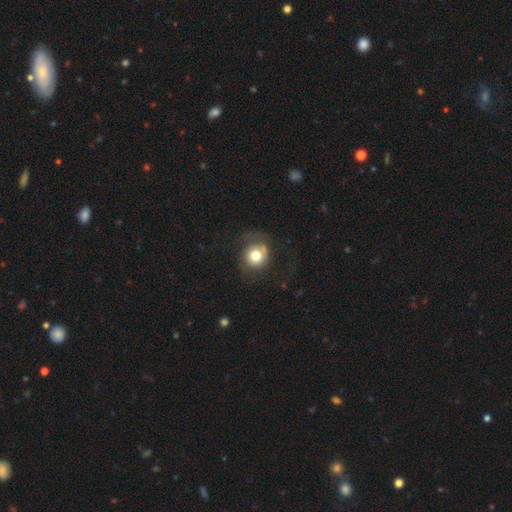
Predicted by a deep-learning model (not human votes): Smooth or featured: smooth — 73% (featured or disk — 17%)
How rounded: round — 84% (in between — 15%)
Merging: none — 61% (minor disturbance — 21%)